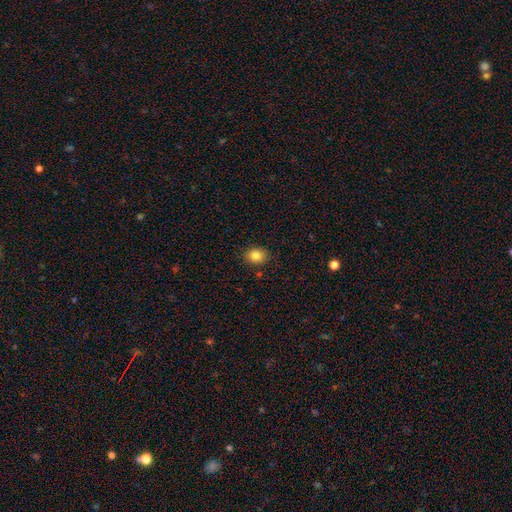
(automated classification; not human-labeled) Smooth or featured? smooth (83%)
How rounded? round (54%)
Merging? none (87%)